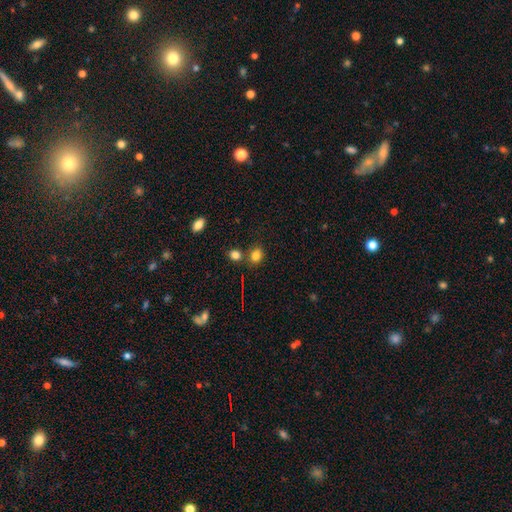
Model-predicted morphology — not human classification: Q: Smooth or featured?
A: smooth (81%); runner-up: star or artifact (13%)
Q: How rounded?
A: round (55%); runner-up: in between (44%)
Q: Merging?
A: none (70%); runner-up: merger (16%)